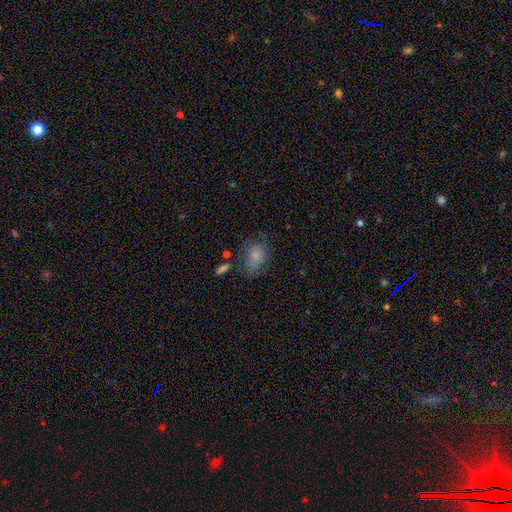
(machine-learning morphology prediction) This appears to be a smooth galaxy with no disk features (81%) that is in between round and cigar-shaped (78%). Merging: none (60%).